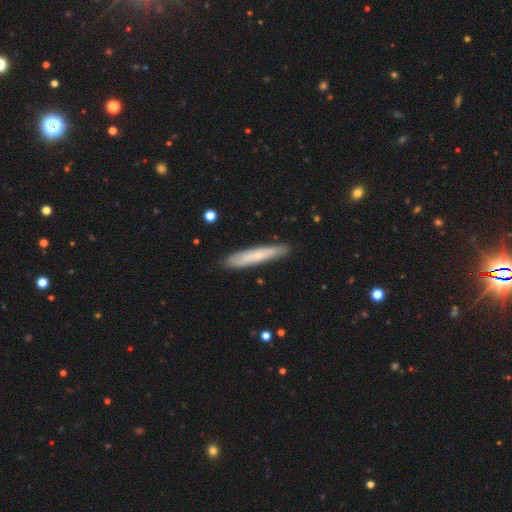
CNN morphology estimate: The model was most divided on "smooth or featured": smooth: 59%, featured or disk: 35%, star or artifact: 6%. More confident: how rounded — cigar-shaped (93%); merging — none (87%).